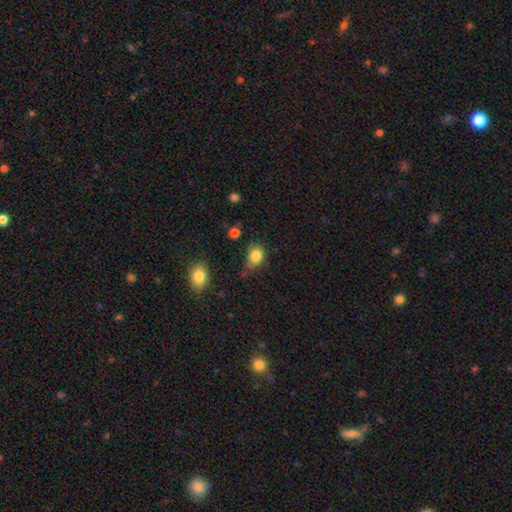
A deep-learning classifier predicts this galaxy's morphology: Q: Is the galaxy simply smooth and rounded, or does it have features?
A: smooth — 83%.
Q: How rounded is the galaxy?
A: in between — 52%.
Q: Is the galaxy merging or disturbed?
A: none — 60%.